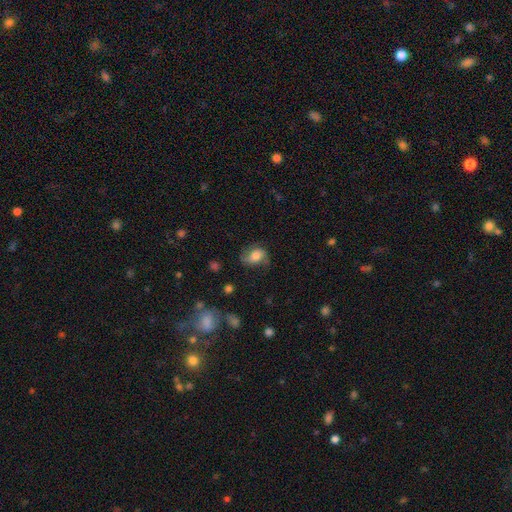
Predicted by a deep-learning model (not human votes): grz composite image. It shows a smooth galaxy with no disk features (52%) that is in between round and cigar-shaped (69%). Merging: none (60%).